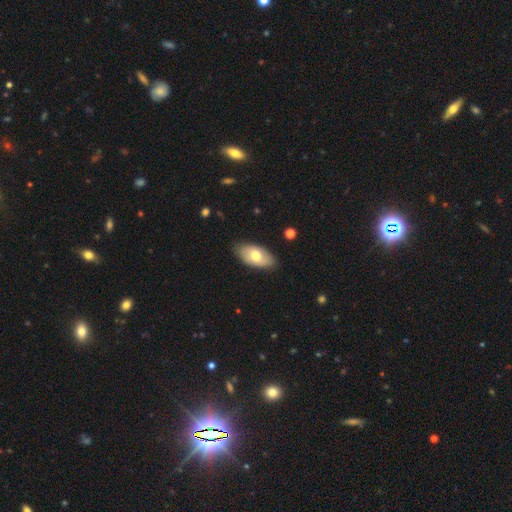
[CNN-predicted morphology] Smooth or featured? smooth (66%)
How rounded? in between (94%)
Merging? none (80%)